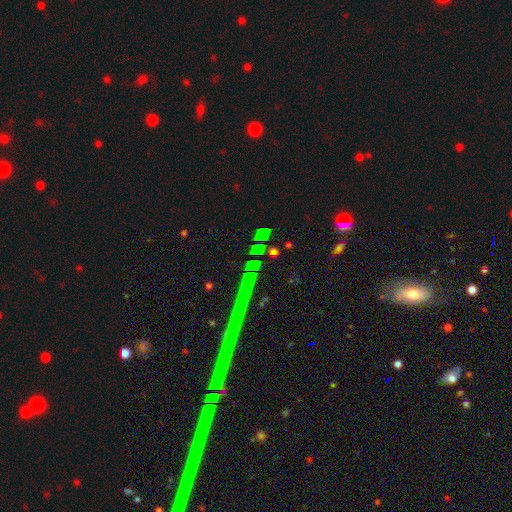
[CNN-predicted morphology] A star or artifact, not a galaxy (70%).

Vote fractions:
- Smooth or featured? star or artifact: 70% / featured or disk: 16% / smooth: 14%